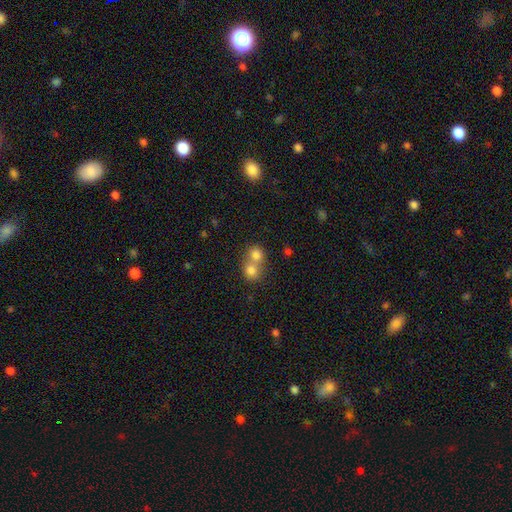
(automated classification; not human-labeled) Q: Smooth or featured?
A: smooth (77%); runner-up: star or artifact (11%)
Q: How rounded?
A: round (81%); runner-up: in between (18%)
Q: Merging?
A: merger (63%); runner-up: none (31%)